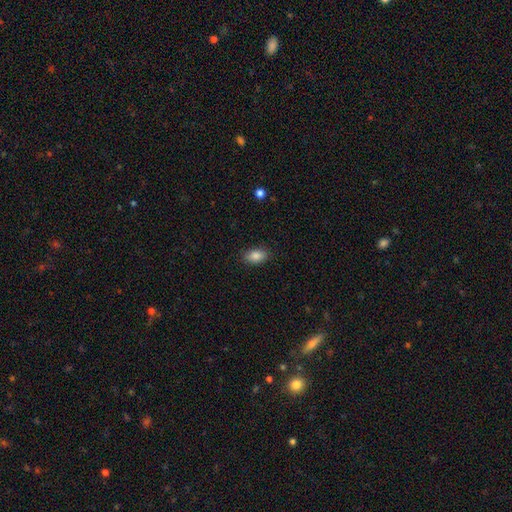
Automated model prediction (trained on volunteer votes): Q: Smooth or featured?
A: smooth (87%); runner-up: star or artifact (8%)
Q: How rounded?
A: in between (88%); runner-up: round (10%)
Q: Merging?
A: none (86%); runner-up: minor disturbance (10%)